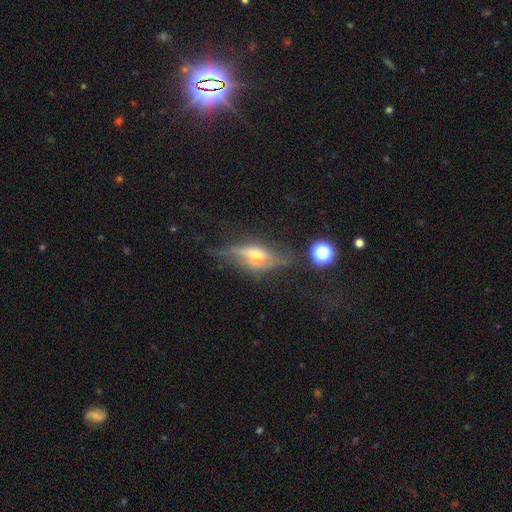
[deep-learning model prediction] Overall: featured or disk (68%). Edge-on disk: yes (77%). Edge-on bulge: rounded (85%). Merging: none (55%; minor disturbance 25%).